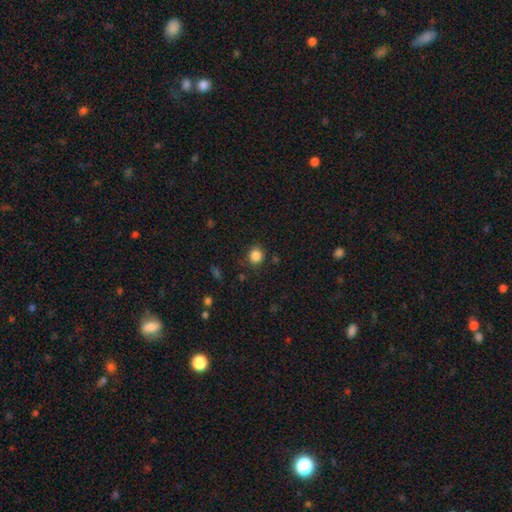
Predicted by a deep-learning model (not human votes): This appears to be a smooth galaxy with no disk features (85%) that is round (88%). Merging: none (86%).